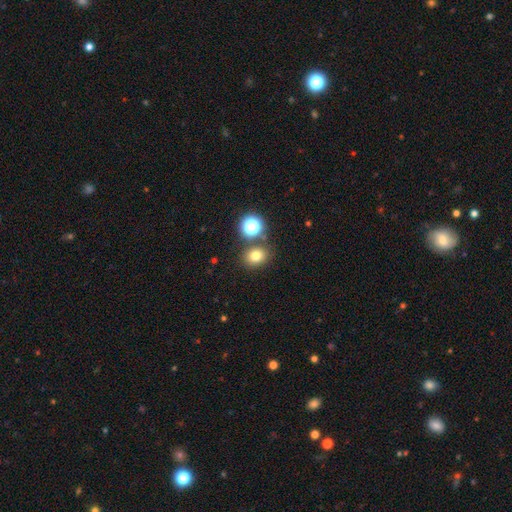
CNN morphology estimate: A smooth galaxy with no disk features (74%) that is round (63%).

Vote fractions:
- Smooth or featured? smooth: 74% / star or artifact: 18% / featured or disk: 8%
- How rounded? round: 63% / in between: 36% / cigar-shaped: 1%
- Merging? none: 77% / merger: 11% / minor disturbance: 9% / major disturbance: 3%